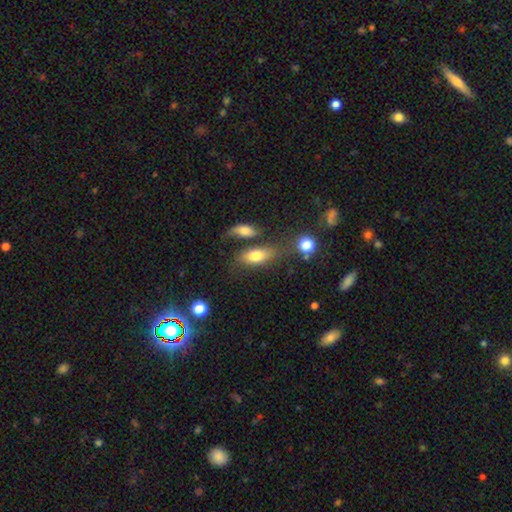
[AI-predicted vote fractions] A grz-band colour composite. It shows a smooth galaxy with no disk features (73%) that is in between round and cigar-shaped (79%). Merging: none (53%).